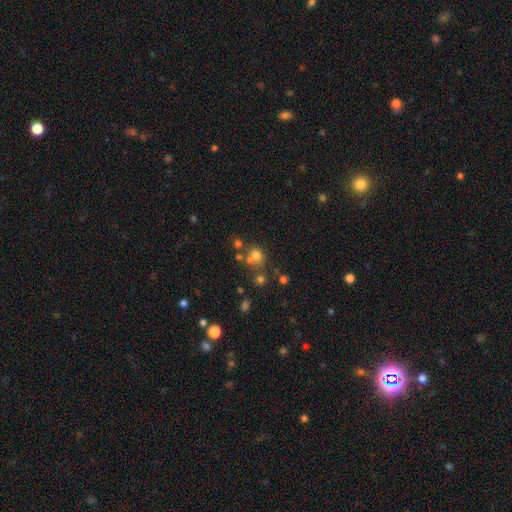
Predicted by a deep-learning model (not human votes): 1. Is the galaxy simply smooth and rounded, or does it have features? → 67% smooth, 20% star or artifact, 13% featured or disk.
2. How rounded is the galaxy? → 77% round, 22% in between, 1% cigar-shaped.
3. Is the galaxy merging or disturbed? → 53% none, 30% merger, 11% minor disturbance, 6% major disturbance.